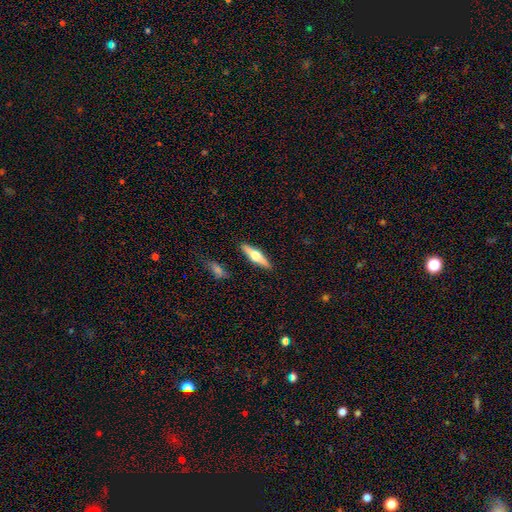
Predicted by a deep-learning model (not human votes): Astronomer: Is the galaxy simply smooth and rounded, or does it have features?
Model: featured or disk — 58% (runner-up: smooth, 36%).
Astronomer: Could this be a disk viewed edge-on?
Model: yes — 96%.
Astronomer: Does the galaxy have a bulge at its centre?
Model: rounded — 95%.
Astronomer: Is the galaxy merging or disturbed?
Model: none — 89%.